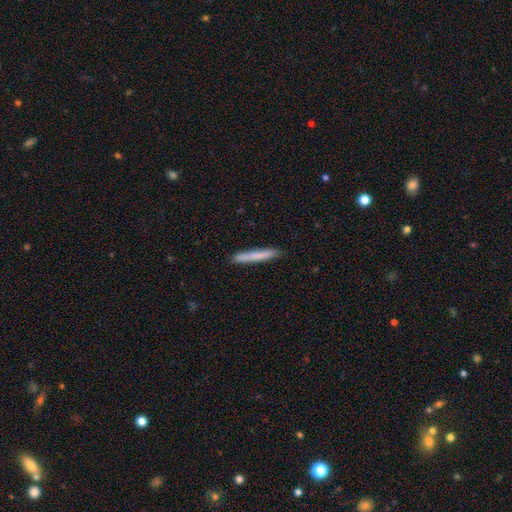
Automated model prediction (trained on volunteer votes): Smooth or featured: smooth — 74% (featured or disk — 20%)
How rounded: cigar-shaped — 96% (in between — 3%)
Merging: none — 90% (minor disturbance — 8%)